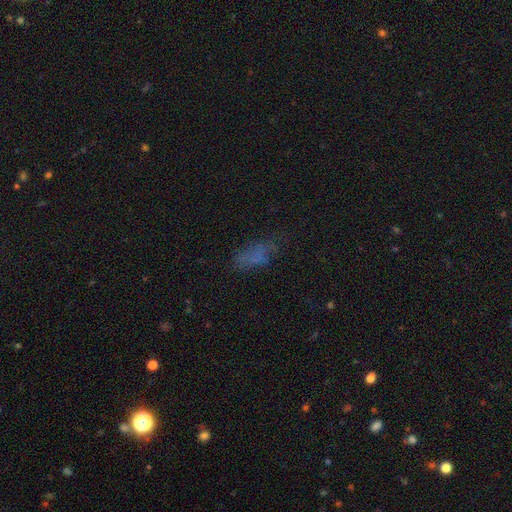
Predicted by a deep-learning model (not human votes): A smooth galaxy with no disk features (59%) that is in between round and cigar-shaped (76%). Merging: none (54%).